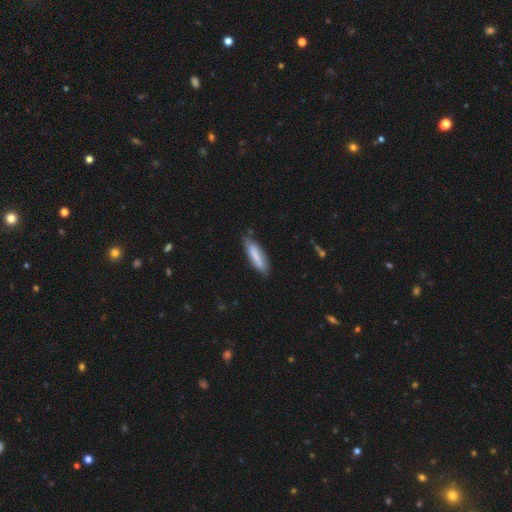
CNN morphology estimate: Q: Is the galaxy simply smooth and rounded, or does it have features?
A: smooth — 69%.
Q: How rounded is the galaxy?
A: cigar-shaped — 68%.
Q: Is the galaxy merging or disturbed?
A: none — 69%.